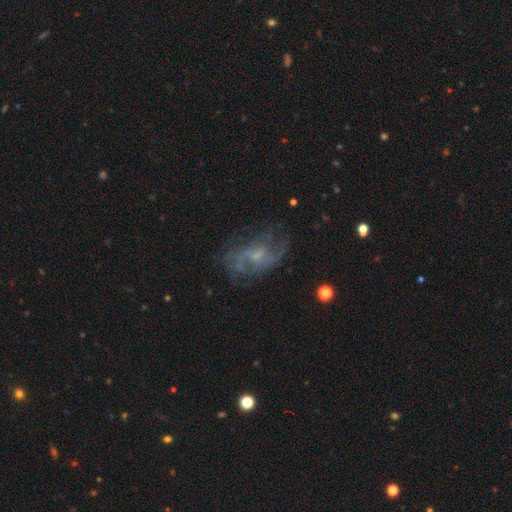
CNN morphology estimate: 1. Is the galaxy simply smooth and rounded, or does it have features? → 75% featured or disk, 14% smooth, 11% star or artifact.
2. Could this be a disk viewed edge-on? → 96% no, 4% yes.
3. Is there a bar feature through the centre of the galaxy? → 52% no, 41% weak, 7% strong.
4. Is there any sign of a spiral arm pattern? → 85% yes, 15% no.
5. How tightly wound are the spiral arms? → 48% loose, 38% medium, 14% tight.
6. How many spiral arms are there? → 54% 2, 23% can't tell, 10% 3, 5% 1, 4% 4, 3% more than 4.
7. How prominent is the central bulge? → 53% small, 23% moderate, 21% none, 2% large, 1% dominant.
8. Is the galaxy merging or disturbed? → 62% none, 20% minor disturbance, 16% major disturbance, 2% merger.